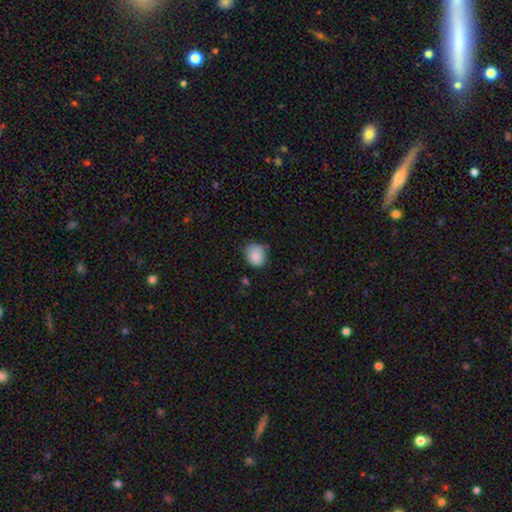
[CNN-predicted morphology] Smooth or featured? Predicted: smooth (p=0.87). How rounded? Predicted: round (p=0.59). Merging? Predicted: none (p=0.68).